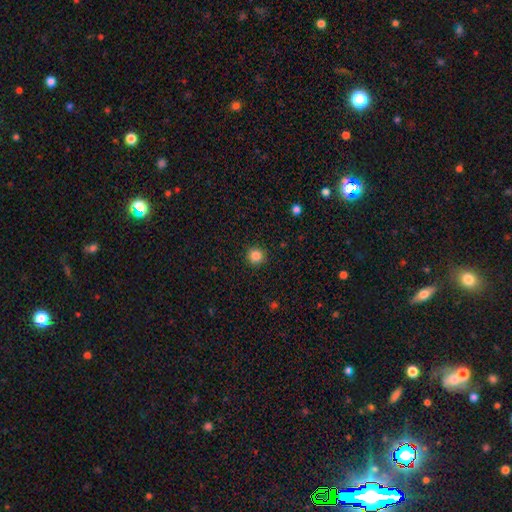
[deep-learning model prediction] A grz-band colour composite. It shows a smooth galaxy with no disk features (85%) that is round (95%). Merging: none (91%).